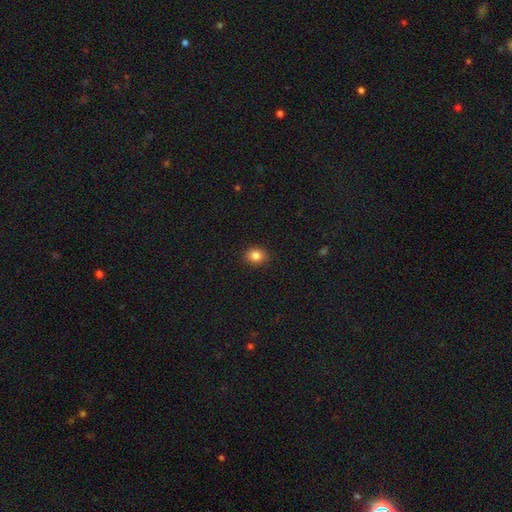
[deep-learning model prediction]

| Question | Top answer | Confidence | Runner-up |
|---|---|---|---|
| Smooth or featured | smooth | 84% | star or artifact (10%) |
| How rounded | round | 60% | in between (39%) |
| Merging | none | 90% | minor disturbance (7%) |